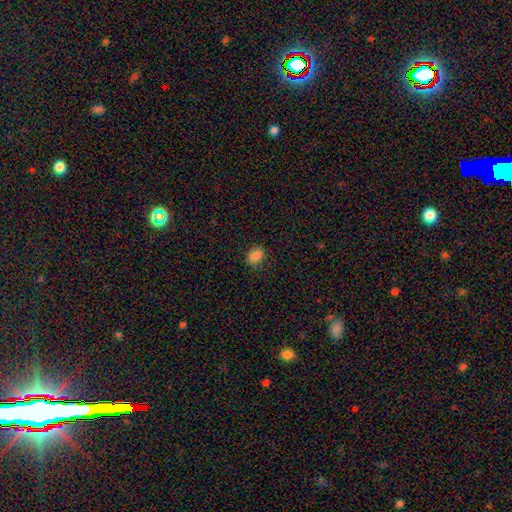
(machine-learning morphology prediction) A smooth galaxy with no disk features (84%) that is round (51%). Merging: none (84%).